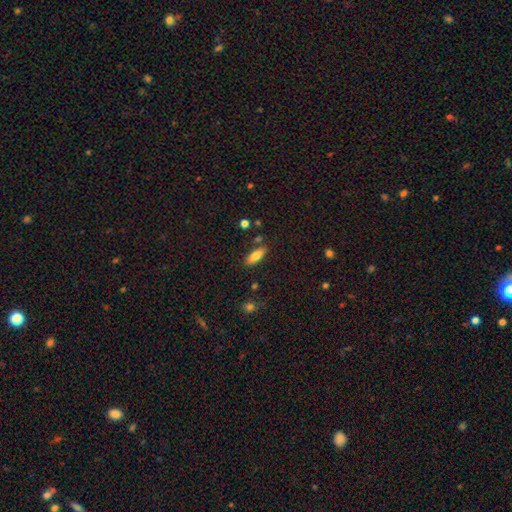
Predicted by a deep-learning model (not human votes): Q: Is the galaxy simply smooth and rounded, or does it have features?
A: smooth — 75%.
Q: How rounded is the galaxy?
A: in between — 68%.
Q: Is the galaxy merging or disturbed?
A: none — 81%.